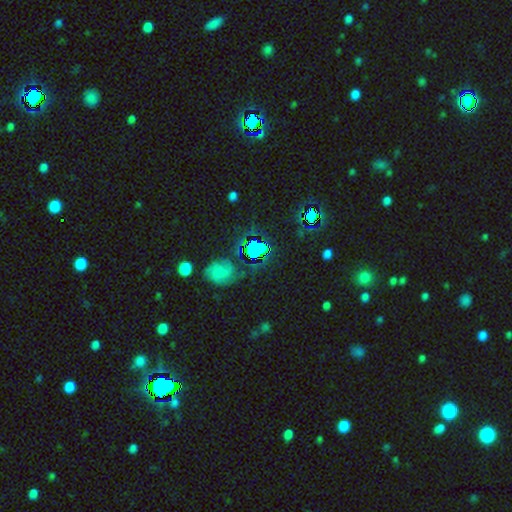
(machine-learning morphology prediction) Q: Smooth or featured?
A: star or artifact (55%); runner-up: smooth (27%)